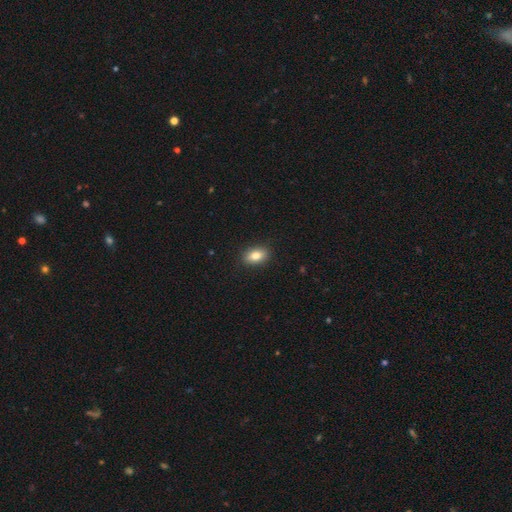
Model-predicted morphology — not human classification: type=smooth (81%); roundness=in between (85%); merging=none (88%).